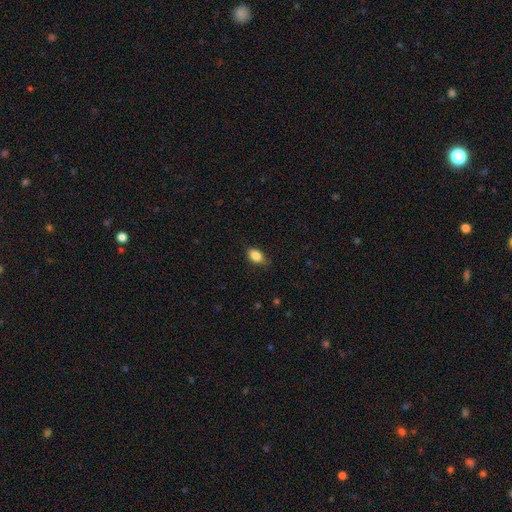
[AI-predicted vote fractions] Overall: smooth (85%). How rounded: in between (86%). Merging: none (78%).